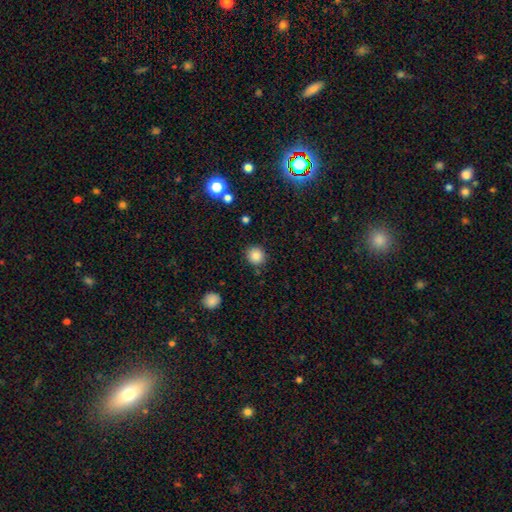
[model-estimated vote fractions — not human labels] Q: Smooth or featured?
A: smooth (84%); runner-up: star or artifact (11%)
Q: How rounded?
A: round (90%); runner-up: in between (9%)
Q: Merging?
A: none (87%); runner-up: minor disturbance (8%)